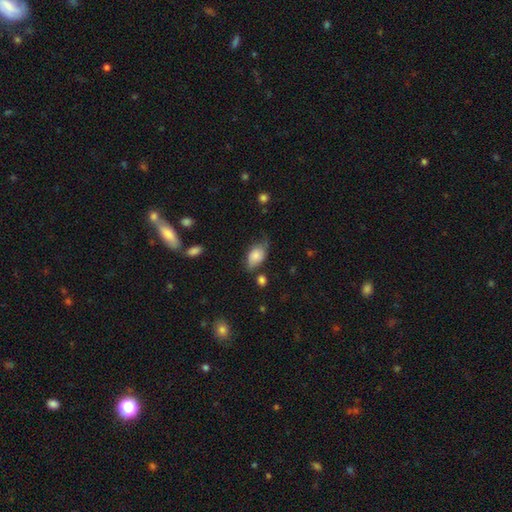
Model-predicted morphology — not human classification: This is likely a smooth galaxy (77%). How rounded: clearly in between (90%). Merging: possibly none (48%).